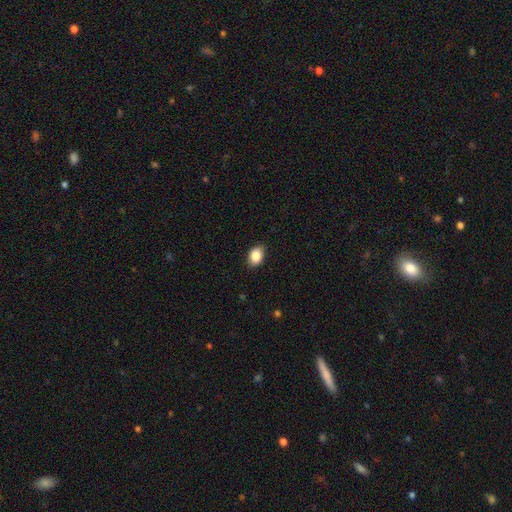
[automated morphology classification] Q: Smooth or featured?
A: smooth (88%); runner-up: star or artifact (7%)
Q: How rounded?
A: in between (82%); runner-up: round (17%)
Q: Merging?
A: none (86%); runner-up: minor disturbance (11%)